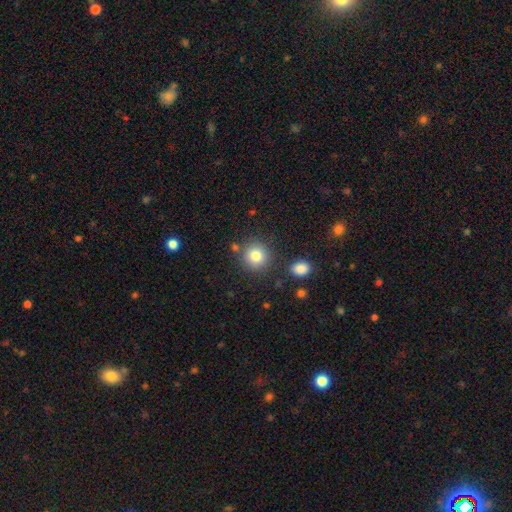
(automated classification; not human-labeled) smooth_or_featured: smooth (p=0.81) [alt: star or artifact p=0.11]
how_rounded: round (p=0.91) [alt: in between p=0.08]
merging: none (p=0.83) [alt: minor disturbance p=0.09]